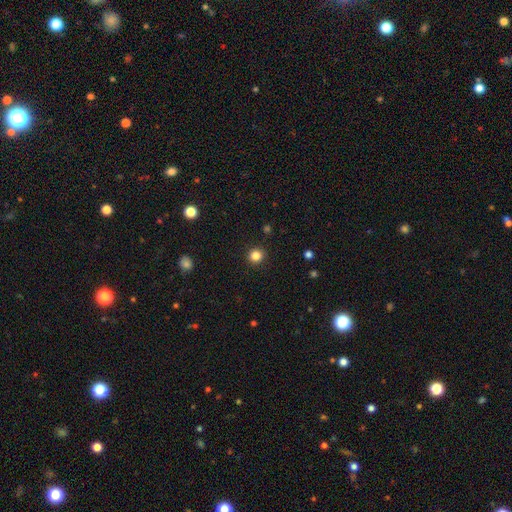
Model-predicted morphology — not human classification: smooth 84%, star or artifact 12%, featured or disk 4%. Down the decision tree: how rounded — round (93%); merging — none (92%).